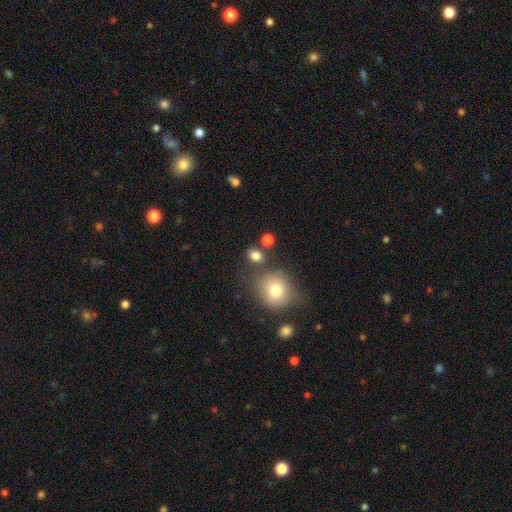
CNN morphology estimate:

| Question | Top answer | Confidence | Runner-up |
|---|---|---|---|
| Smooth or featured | smooth | 80% | star or artifact (13%) |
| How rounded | round | 62% | in between (36%) |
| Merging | none | 73% | merger (11%) |